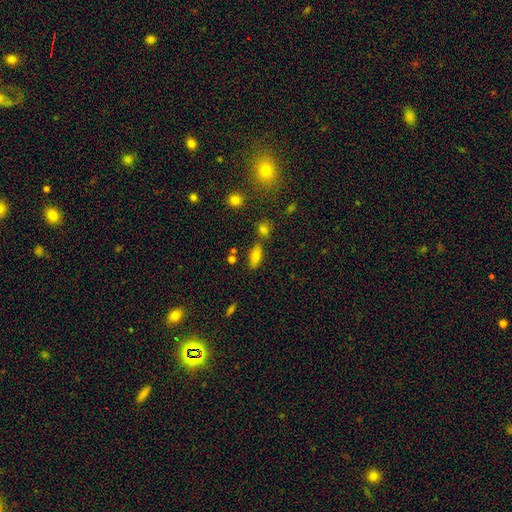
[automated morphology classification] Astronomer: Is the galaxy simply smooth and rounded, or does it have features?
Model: smooth — 77%.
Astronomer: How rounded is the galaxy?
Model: in between — 80%.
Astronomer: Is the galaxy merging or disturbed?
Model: none — 72%.